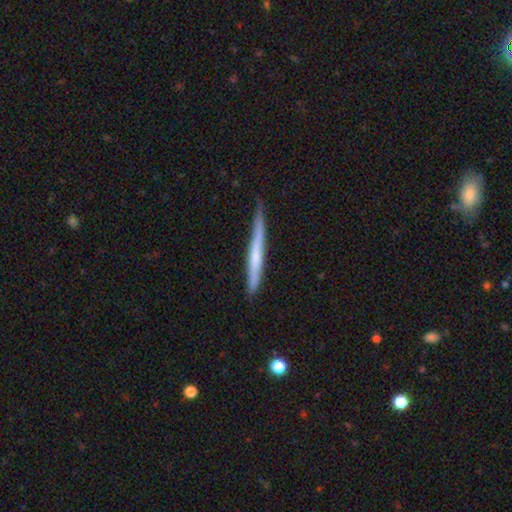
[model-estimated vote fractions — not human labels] Smooth or featured?
  - smooth: 47% * (tied)
  - featured or disk: 47% * (tied)
  - star or artifact: 6%
Merging?
  - none: 77% *
  - minor disturbance: 19%
  - major disturbance: 3%
  - merger: 2%